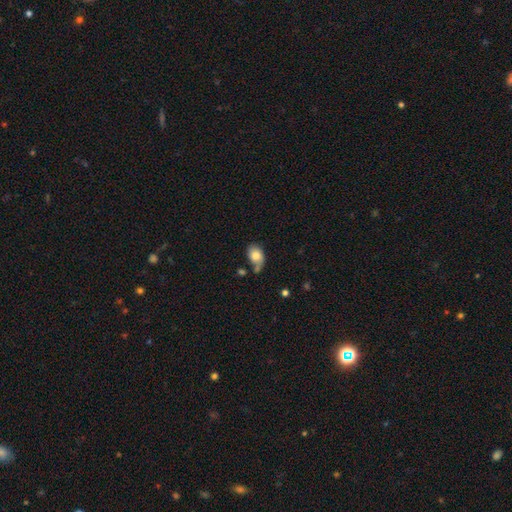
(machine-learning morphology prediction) Smooth or featured? Predicted: smooth (p=0.77). How rounded? Predicted: in between (p=0.80). Merging? Predicted: none (p=0.44).